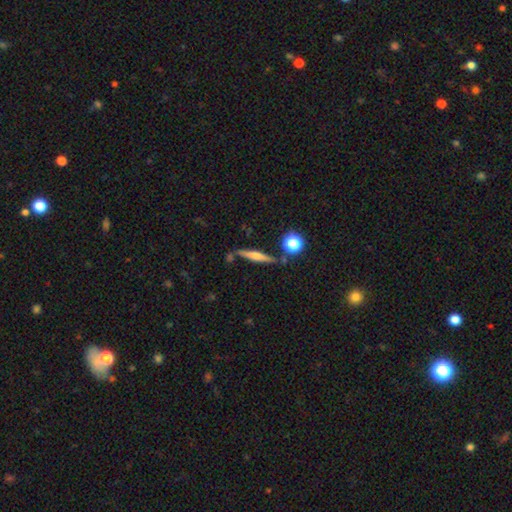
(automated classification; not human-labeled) Smooth or featured? featured or disk (56%)
Edge-on disk? yes (95%)
Edge-on bulge? rounded (75%)
Merging? none (80%)